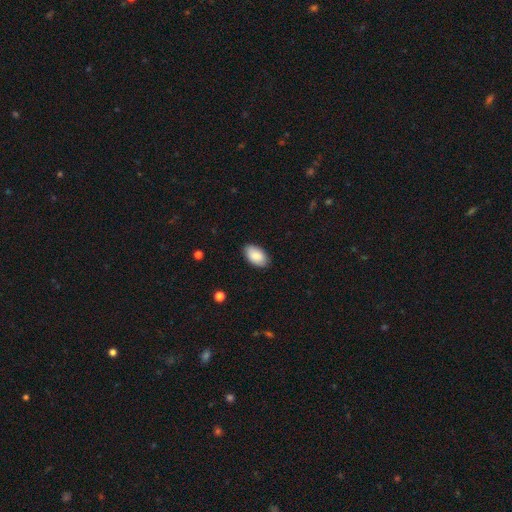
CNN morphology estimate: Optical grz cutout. It shows a smooth galaxy with no disk features (89%) that is in between round and cigar-shaped (95%). Merging: none (86%).